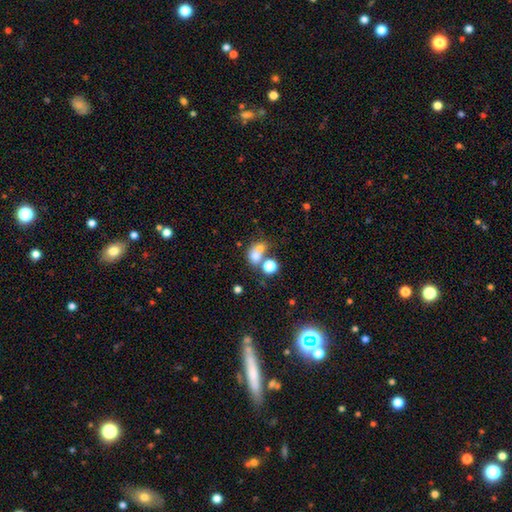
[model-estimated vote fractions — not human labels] Smooth or featured: smooth — 68% (featured or disk — 17%)
How rounded: round — 55% (in between — 44%)
Merging: merger — 53% (none — 31%)